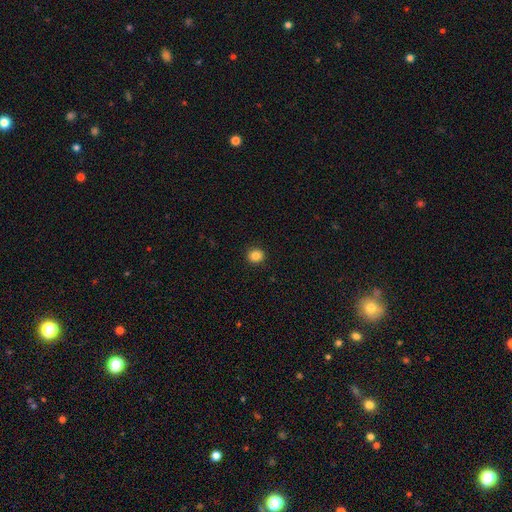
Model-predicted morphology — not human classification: type=smooth (85%); roundness=round (87%); merging=none (92%).